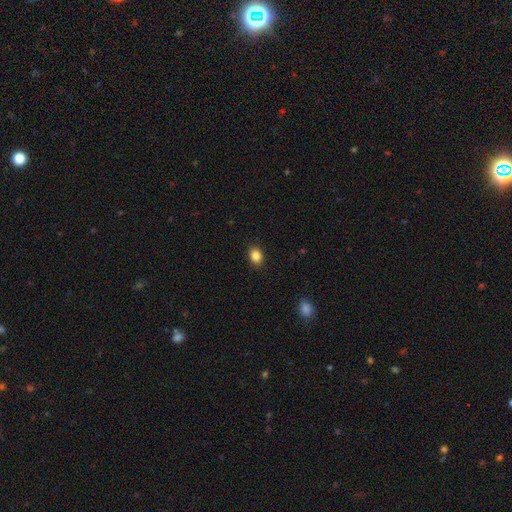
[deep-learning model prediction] Smooth or featured? Predicted: smooth (p=0.86). How rounded? Predicted: in between (p=0.54). Merging? Predicted: none (p=0.90).